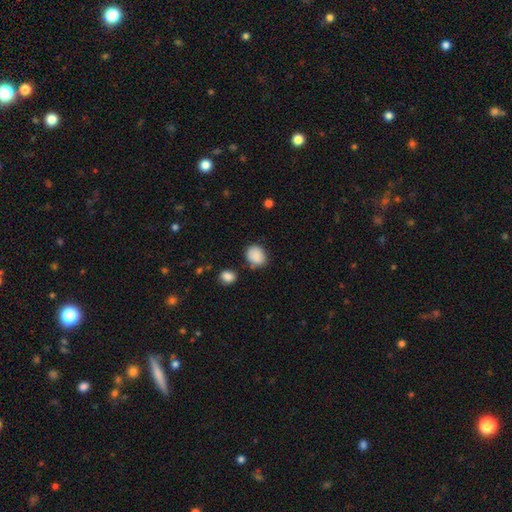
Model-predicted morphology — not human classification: Smooth or featured? smooth (86%)
How rounded? round (55%)
Merging? none (71%)